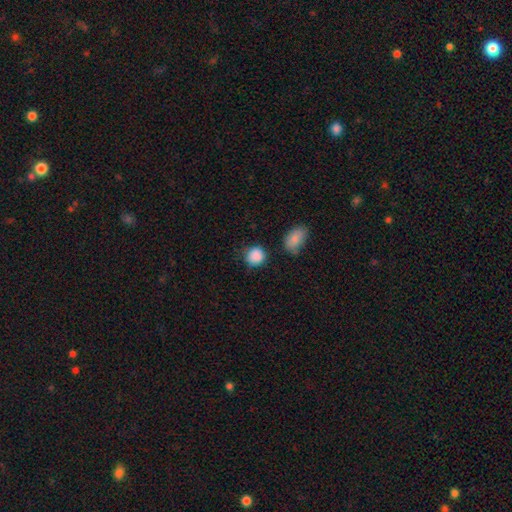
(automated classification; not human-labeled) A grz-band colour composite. It shows a smooth galaxy with no disk features (88%) that is round (83%). Merging: none (72%).